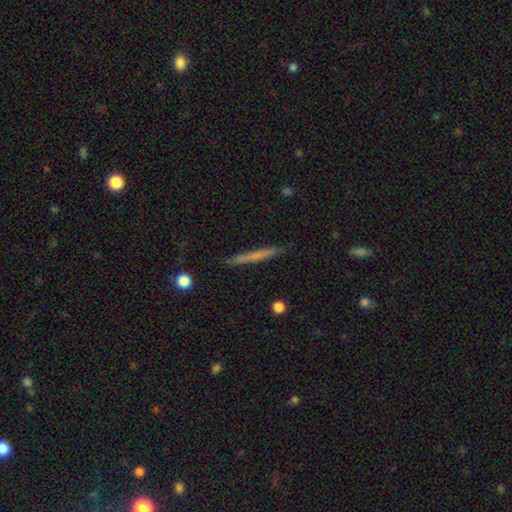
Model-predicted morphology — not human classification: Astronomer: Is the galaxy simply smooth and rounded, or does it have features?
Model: smooth — 52% (runner-up: featured or disk, 41%).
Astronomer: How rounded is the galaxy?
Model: cigar-shaped — 95%.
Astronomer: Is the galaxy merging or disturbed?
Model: none — 89%.